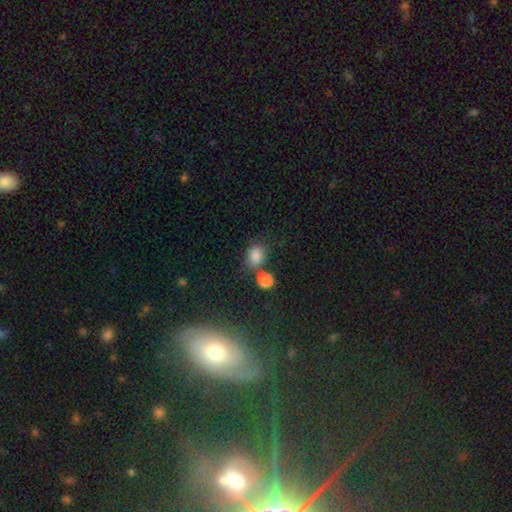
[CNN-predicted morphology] A smooth galaxy with no disk features (81%) that is round (61%). Merging: none (54%).